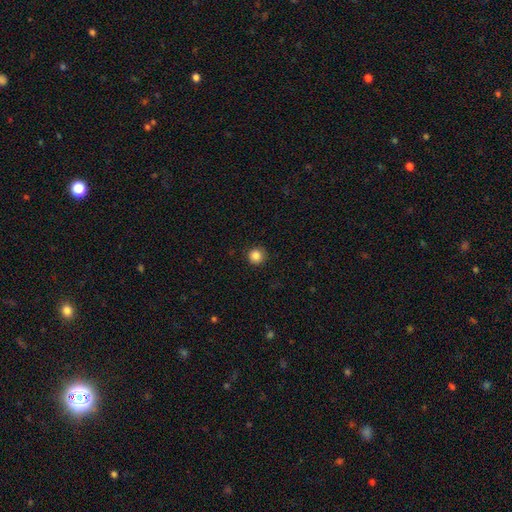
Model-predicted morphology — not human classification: Q: Smooth or featured?
A: smooth (86%); runner-up: star or artifact (10%)
Q: How rounded?
A: round (95%); runner-up: in between (4%)
Q: Merging?
A: none (90%); runner-up: minor disturbance (7%)